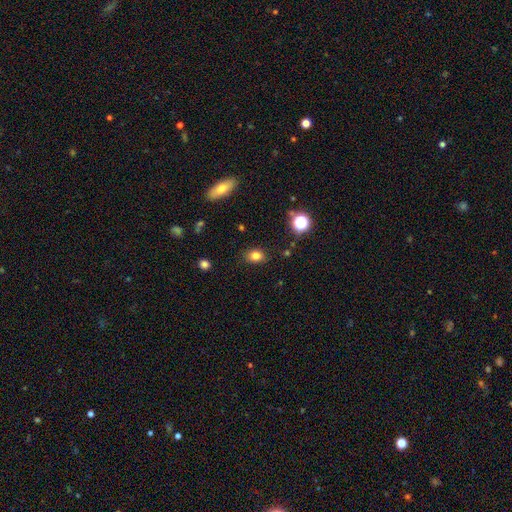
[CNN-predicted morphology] Smooth or featured: smooth — 80% (star or artifact — 13%)
How rounded: in between — 61% (round — 37%)
Merging: none — 85% (minor disturbance — 11%)